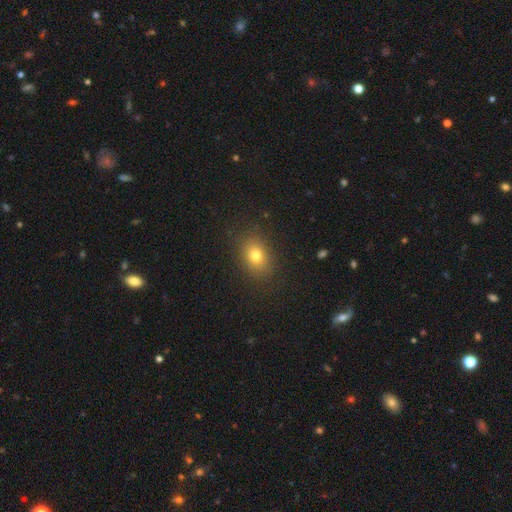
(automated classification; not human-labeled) smooth-or-featured: smooth: 78% | star or artifact: 13% | featured or disk: 10%
  how-rounded: in between: 64% | round: 34% | cigar-shaped: 1%
  merging: none: 87% | minor disturbance: 9% | major disturbance: 3% | merger: 1%